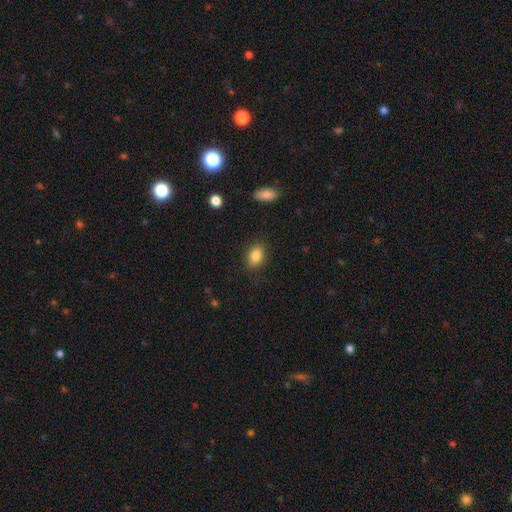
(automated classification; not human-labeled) Smooth or featured? smooth (85%)
How rounded? in between (76%)
Merging? none (85%)